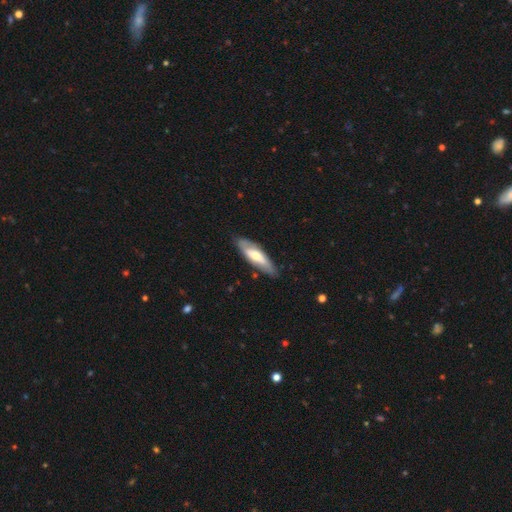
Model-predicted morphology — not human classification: Smooth or featured? smooth (48%)
Merging? none (80%)